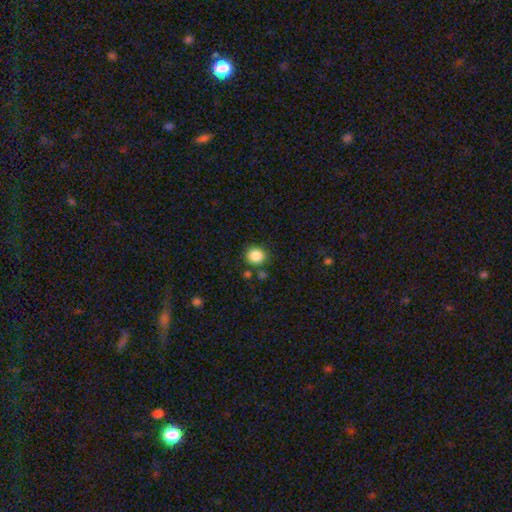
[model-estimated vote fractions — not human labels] A smooth galaxy with no disk features (87%) that is round (83%). Merging: none (82%).